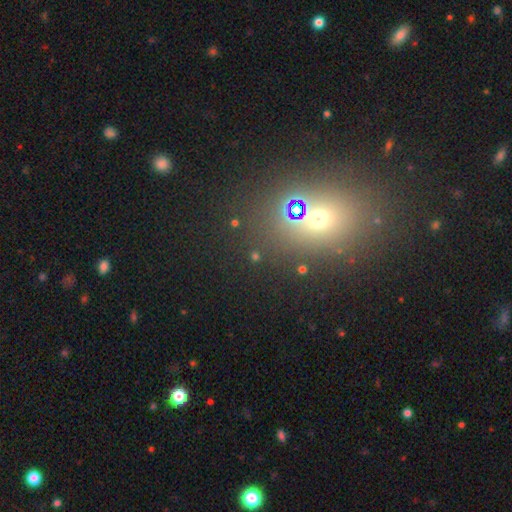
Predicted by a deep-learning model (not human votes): Morphology: type=star or artifact (56%).